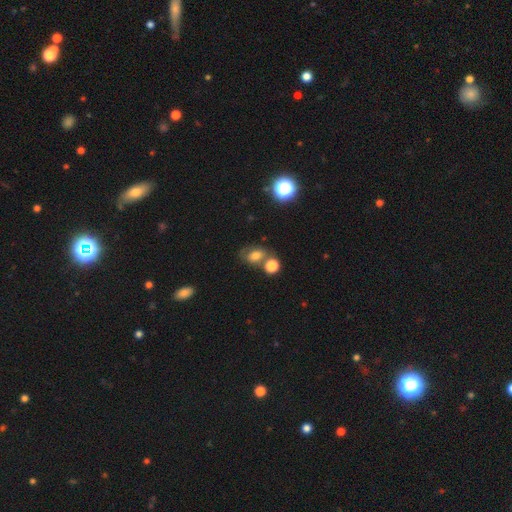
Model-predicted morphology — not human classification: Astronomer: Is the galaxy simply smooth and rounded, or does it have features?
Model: smooth — 65%.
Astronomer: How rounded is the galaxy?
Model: in between — 68%.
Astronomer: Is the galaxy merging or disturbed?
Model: none — 50% (runner-up: merger, 25%).